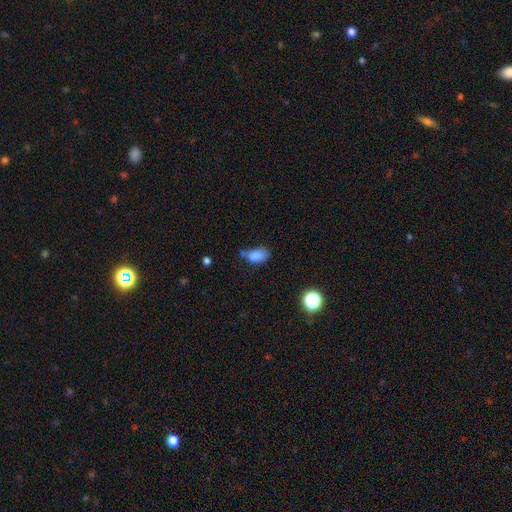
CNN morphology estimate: Q: Smooth or featured?
A: smooth (81%); runner-up: star or artifact (11%)
Q: How rounded?
A: in between (89%); runner-up: round (9%)
Q: Merging?
A: none (39%); runner-up: minor disturbance (35%)